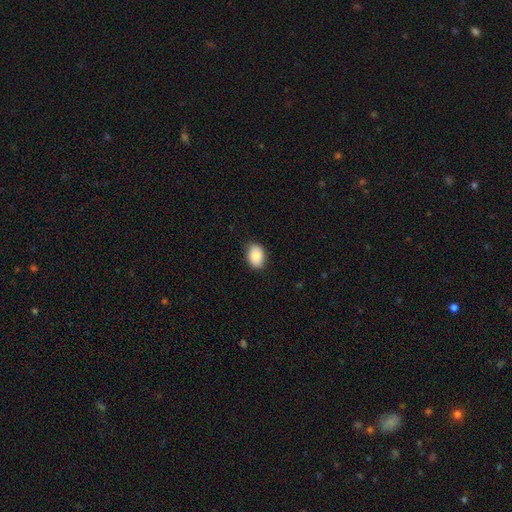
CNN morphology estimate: smooth-or-featured: smooth: 86% | star or artifact: 7% | featured or disk: 7%
  how-rounded: in between: 81% | round: 18% | cigar-shaped: 1%
  merging: none: 87% | minor disturbance: 10% | major disturbance: 2% | merger: 1%